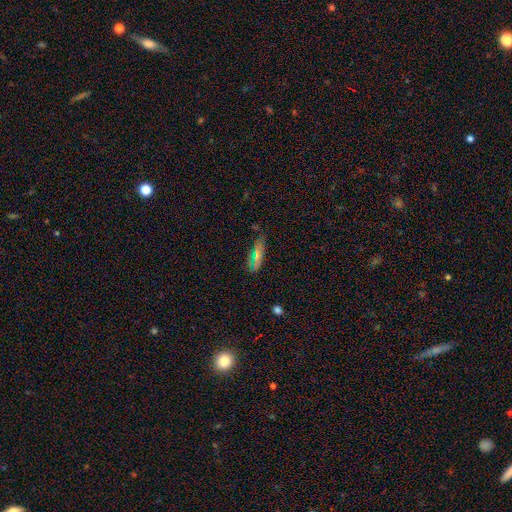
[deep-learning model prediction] Smooth or featured? smooth (48%)
Merging? none (72%)